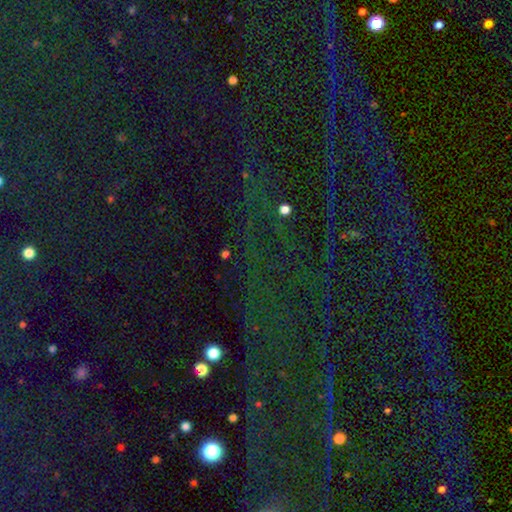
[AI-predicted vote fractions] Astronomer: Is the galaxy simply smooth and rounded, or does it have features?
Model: star or artifact — 79%.